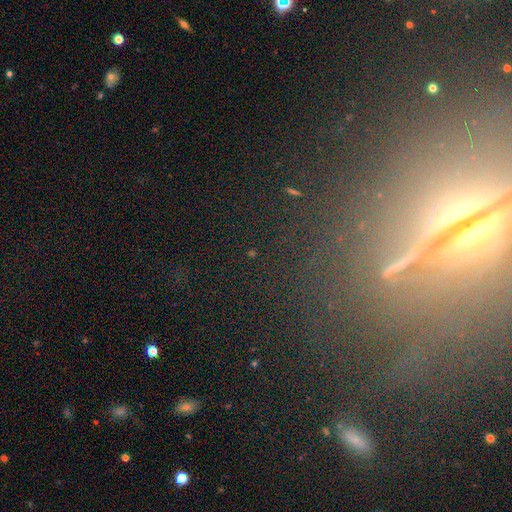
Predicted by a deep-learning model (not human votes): smooth_or_featured: star or artifact (p=0.59) [alt: featured or disk p=0.27]